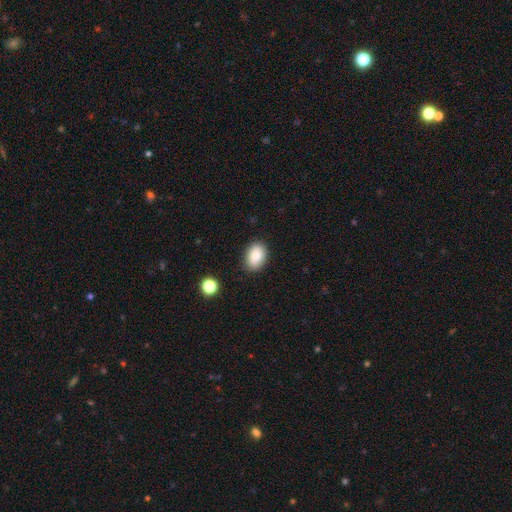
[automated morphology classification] smooth_or_featured: smooth (p=0.87) [alt: star or artifact p=0.08]
how_rounded: in between (p=0.83) [alt: round p=0.16]
merging: none (p=0.85) [alt: minor disturbance p=0.11]